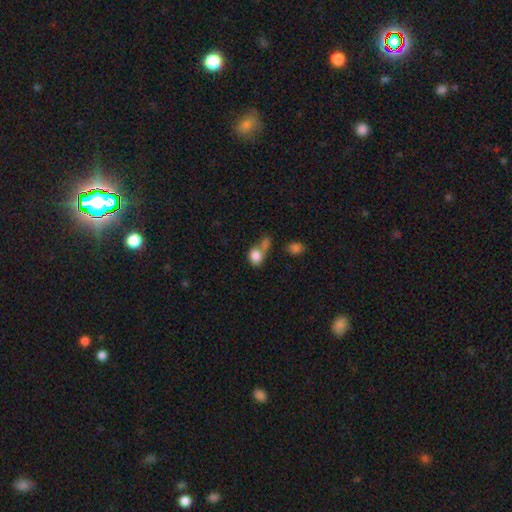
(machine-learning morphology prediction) Q: Smooth or featured?
A: smooth (82%); runner-up: star or artifact (9%)
Q: How rounded?
A: round (58%); runner-up: in between (40%)
Q: Merging?
A: merger (46%); runner-up: none (33%)